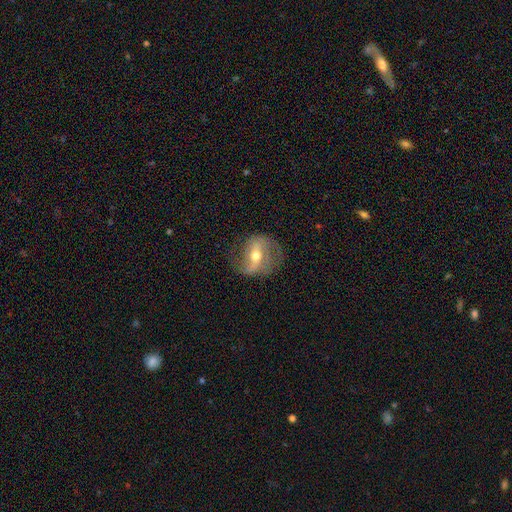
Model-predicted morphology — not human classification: Overall: featured or disk (80%). Edge-on disk: no (94%). Bar: strong (48%; weak 34%). Spiral arms: yes (89%). Spiral arm count: 2 (83%). Spiral winding: loose (54%; medium 34%). Bulge size: moderate (66%; small 29%). Merging: none (70%).